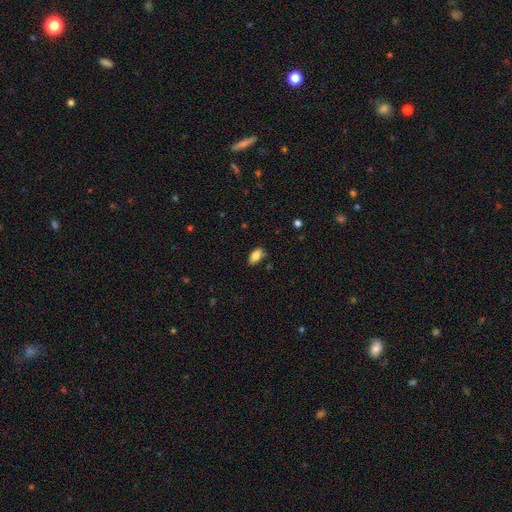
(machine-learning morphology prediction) A smooth galaxy with no disk features (85%) that is in between round and cigar-shaped (92%). Merging: none (80%).